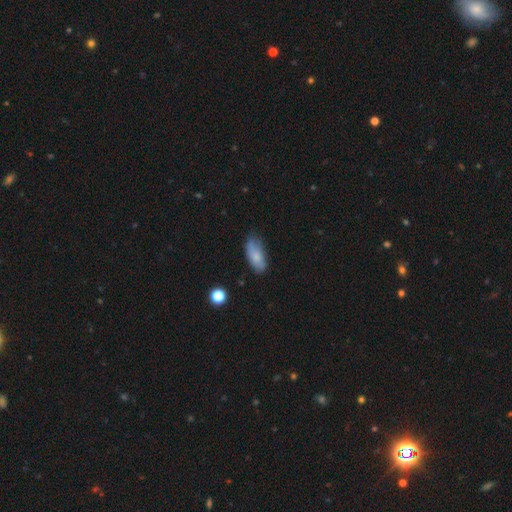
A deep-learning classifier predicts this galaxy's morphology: A smooth galaxy with no disk features (79%) that is in between round and cigar-shaped (86%). Merging: none (63%).